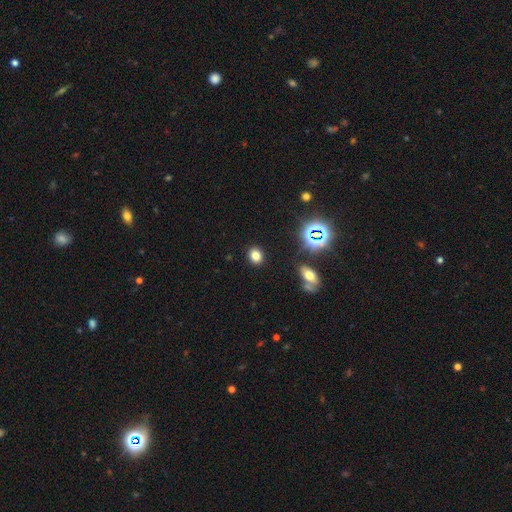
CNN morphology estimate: smooth 77%, star or artifact 17%, featured or disk 6%. Down the decision tree: how rounded — round (62%); merging — none (89%).